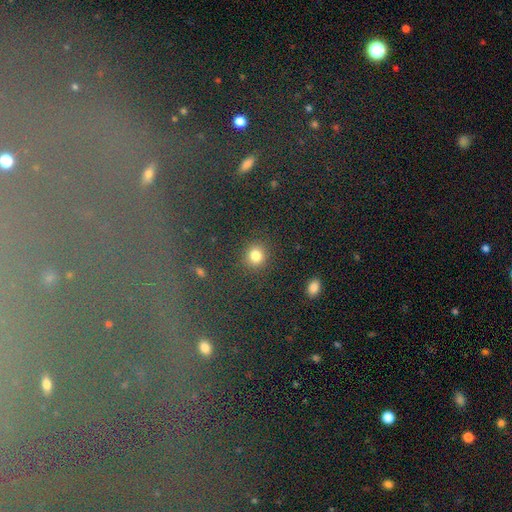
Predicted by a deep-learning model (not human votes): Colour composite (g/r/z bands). It shows a smooth galaxy with no disk features (79%) that is round (87%). Merging: none (87%).